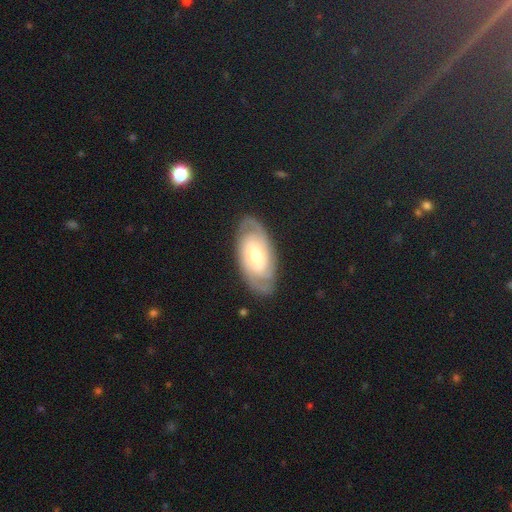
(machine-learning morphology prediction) A featured or disk galaxy (78%) with no bar (54%), 2 (58%) tight (64%) spiral arms (93%) and a moderate central bulge (54%).

Vote fractions:
- Smooth or featured? featured or disk: 78% / smooth: 17% / star or artifact: 5%
- Edge-on disk? no: 94% / yes: 6%
- Bar? no: 54% / weak: 35% / strong: 11%
- Spiral arms? yes: 93% / no: 7%
- Spiral winding? tight: 64% / medium: 29% / loose: 7%
- Spiral arm count? 2: 58% / can't tell: 21% / 3: 12% / 4: 4% / 1: 3% / more than 4: 3%
- Bulge size? moderate: 54% / small: 35% / large: 8% / none: 1% / dominant: 1%
- Merging? none: 83% / minor disturbance: 12% / major disturbance: 4% / merger: 1%